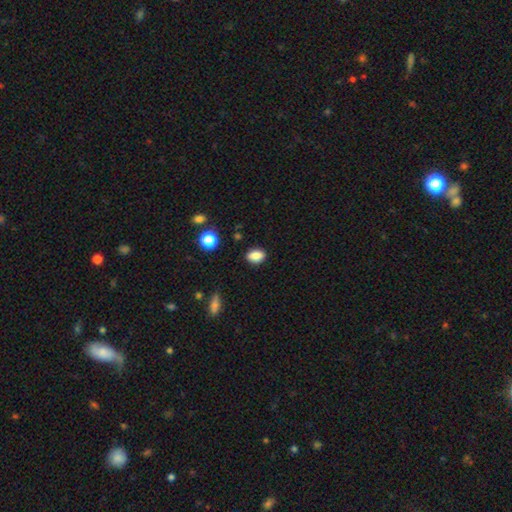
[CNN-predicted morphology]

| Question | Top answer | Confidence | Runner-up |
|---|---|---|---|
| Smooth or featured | smooth | 85% | star or artifact (10%) |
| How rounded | in between | 74% | round (24%) |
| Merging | none | 87% | minor disturbance (10%) |